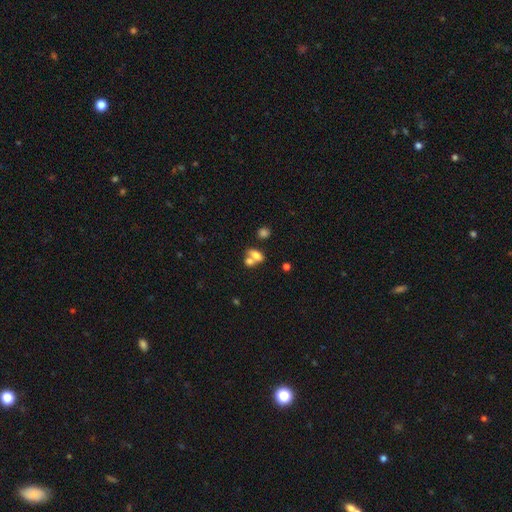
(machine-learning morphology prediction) Smooth or featured: smooth — 70% (featured or disk — 19%)
How rounded: in between — 74% (round — 20%)
Merging: merger — 55% (none — 31%)